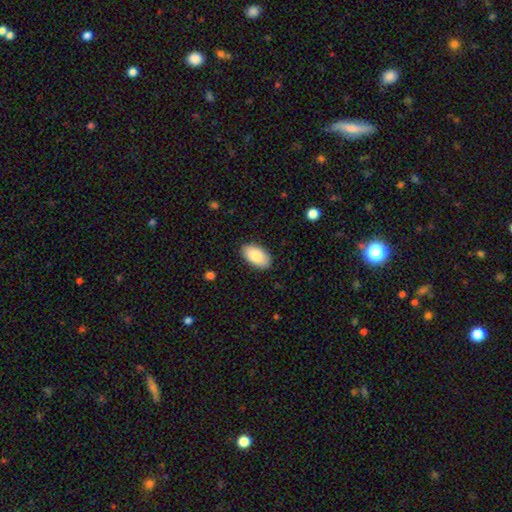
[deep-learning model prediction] smooth-or-featured: smooth: 87% | featured or disk: 7% | star or artifact: 6%
  how-rounded: in between: 96% | round: 2% | cigar-shaped: 2%
  merging: none: 88% | minor disturbance: 9% | major disturbance: 2% | merger: 1%